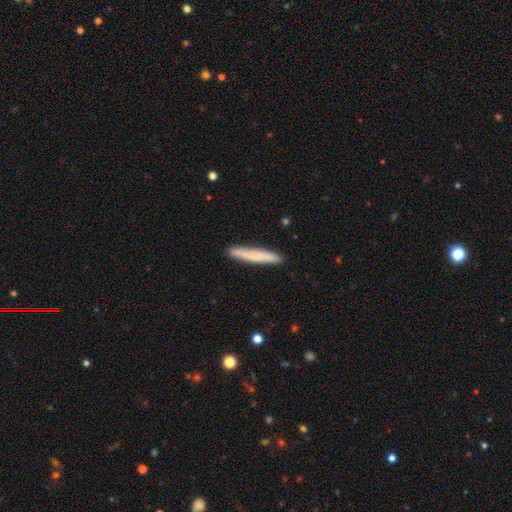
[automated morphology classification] smooth-or-featured: smooth: 70% | featured or disk: 25% | star or artifact: 6%
  how-rounded: cigar-shaped: 95% | in between: 4% | round: 1%
  merging: none: 88% | minor disturbance: 9% | major disturbance: 2% | merger: 1%